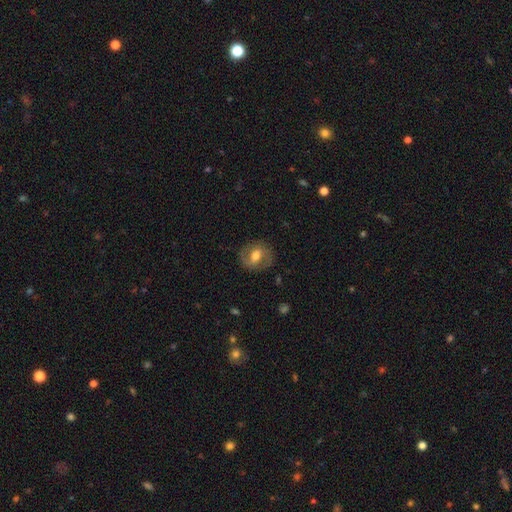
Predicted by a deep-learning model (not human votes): featured or disk 55%, smooth 37%, star or artifact 7%. Down the decision tree: edge-on disk — no (96%); bar — weak (45%); spiral arms — yes (71%); bulge size — moderate (72%); merging — none (80%).